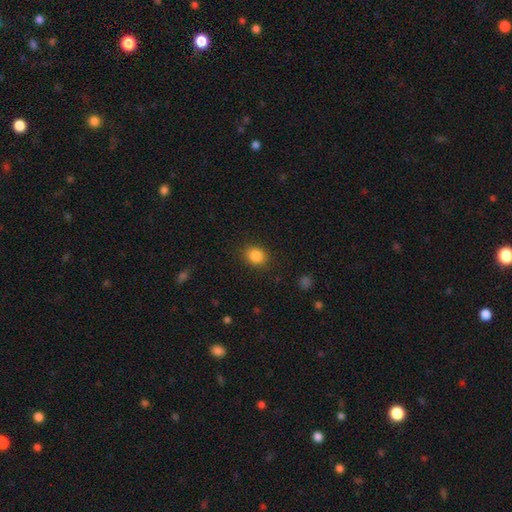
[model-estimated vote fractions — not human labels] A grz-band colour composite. It shows a smooth galaxy with no disk features (85%) that is round (63%). Merging: none (87%).